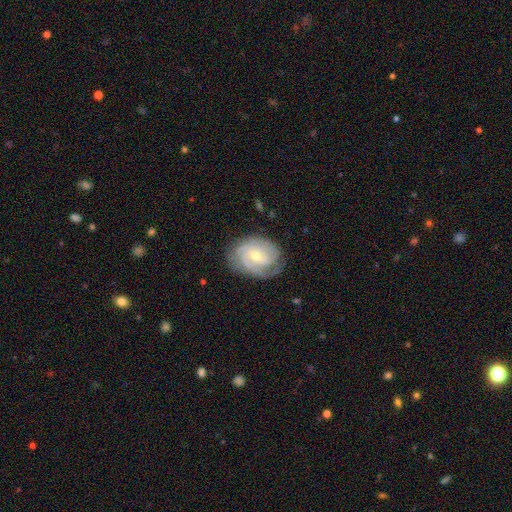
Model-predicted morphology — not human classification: A featured or disk galaxy (84%) with no bar (57%), 2 (30%) tight (67%) spiral arms (96%) and a small central bulge (51%).

Vote fractions:
- Smooth or featured? featured or disk: 84% / smooth: 11% / star or artifact: 6%
- Edge-on disk? no: 97% / yes: 3%
- Bar? no: 57% / weak: 35% / strong: 8%
- Spiral arms? yes: 96% / no: 4%
- Spiral winding? tight: 67% / medium: 27% / loose: 6%
- Spiral arm count? 2: 30% / 3: 29% / can't tell: 24% / 4: 7% / 1: 6% / more than 4: 4%
- Bulge size? small: 51% / moderate: 46% / large: 1% / none: 1% / dominant: 1%
- Merging? none: 74% / minor disturbance: 19% / major disturbance: 6% / merger: 1%